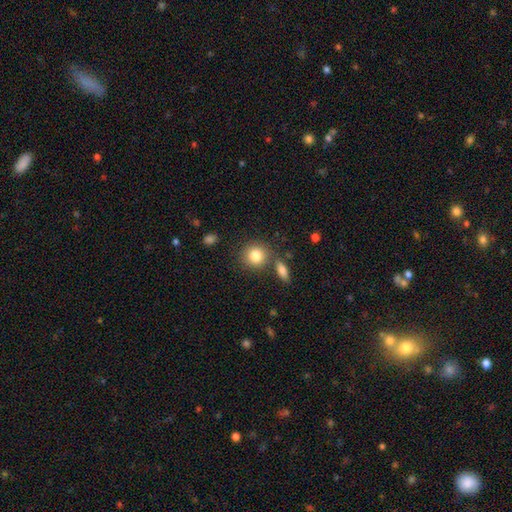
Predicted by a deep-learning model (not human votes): smooth 83%, star or artifact 9%, featured or disk 8%. Down the decision tree: how rounded — round (85%); merging — none (76%).